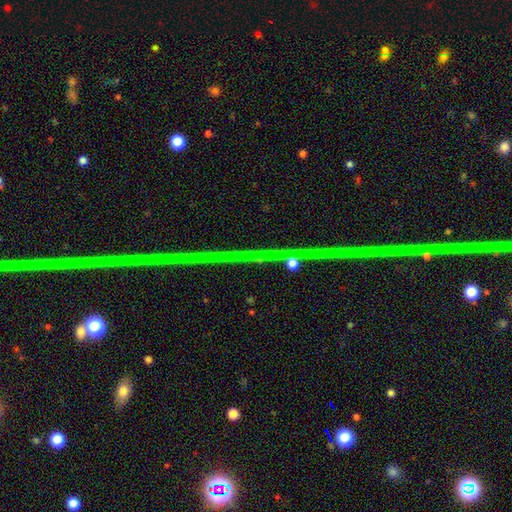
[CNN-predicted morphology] Smooth or featured?
  - star or artifact: 85% *
  - featured or disk: 9%
  - smooth: 6%